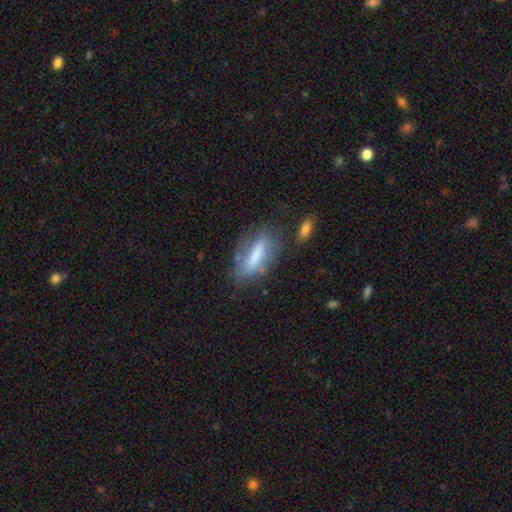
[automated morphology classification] A smooth galaxy with no disk features (68%) that is in between round and cigar-shaped (56%).

Vote fractions:
- Smooth or featured? smooth: 68% / featured or disk: 24% / star or artifact: 8%
- How rounded? in between: 56% / cigar-shaped: 41% / round: 2%
- Merging? none: 55% / minor disturbance: 24% / major disturbance: 12% / merger: 8%